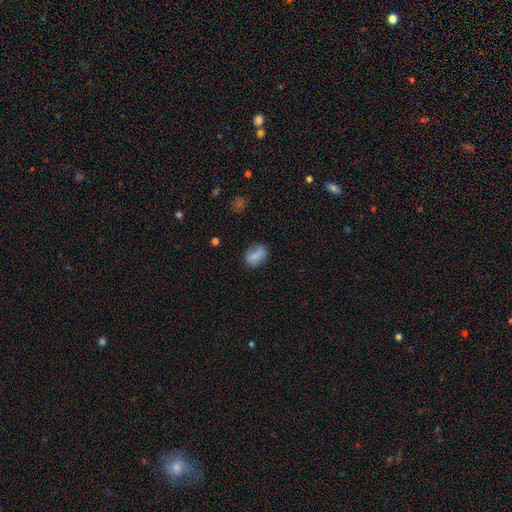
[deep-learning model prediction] smooth_or_featured: smooth (p=0.78) [alt: featured or disk p=0.13]
how_rounded: in between (p=0.76) [alt: round p=0.21]
merging: none (p=0.68) [alt: minor disturbance p=0.22]